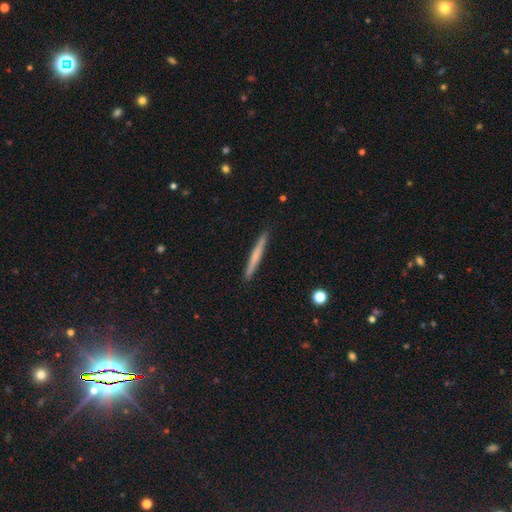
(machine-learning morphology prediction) smooth-or-featured: smooth: 59% | featured or disk: 35% | star or artifact: 6%
  how-rounded: cigar-shaped: 97% | in between: 2% | round: 1%
  merging: none: 91% | minor disturbance: 6% | major disturbance: 1% | merger: 1%